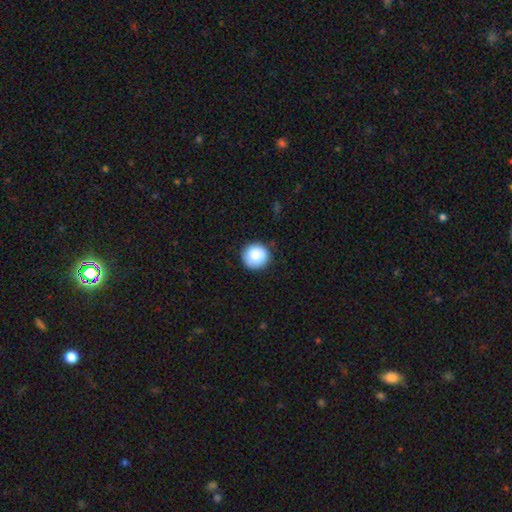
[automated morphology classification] Smooth or featured? Predicted: smooth (p=0.88). How rounded? Predicted: round (p=0.94). Merging? Predicted: none (p=0.89).